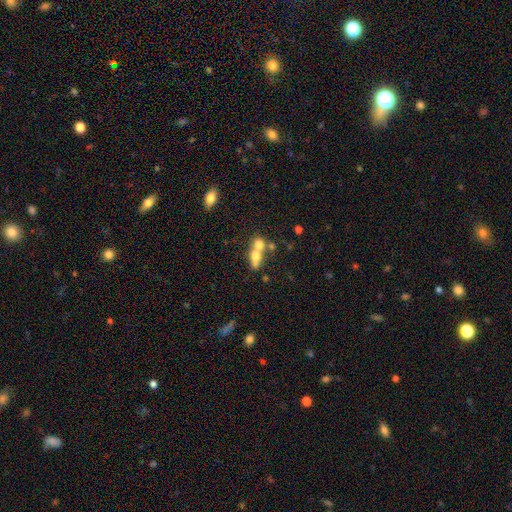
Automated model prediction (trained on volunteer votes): smooth_or_featured: smooth (p=0.64) [alt: featured or disk p=0.24]
how_rounded: in between (p=0.48) [alt: round p=0.46]
merging: merger (p=0.64) [alt: none p=0.24]